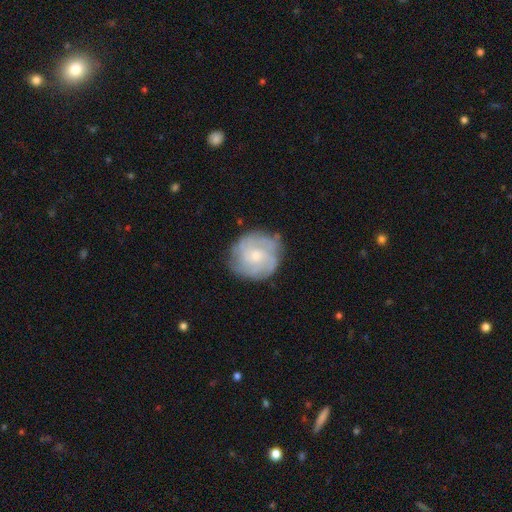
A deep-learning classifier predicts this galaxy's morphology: Overall: featured or disk (69%). Edge-on disk: no (98%). Bar: no (74%). Spiral arms: yes (88%). Spiral arm count: can't tell (38%; 3 22%). Spiral winding: tight (61%; medium 30%). Bulge size: small (58%; moderate 36%). Merging: none (76%).